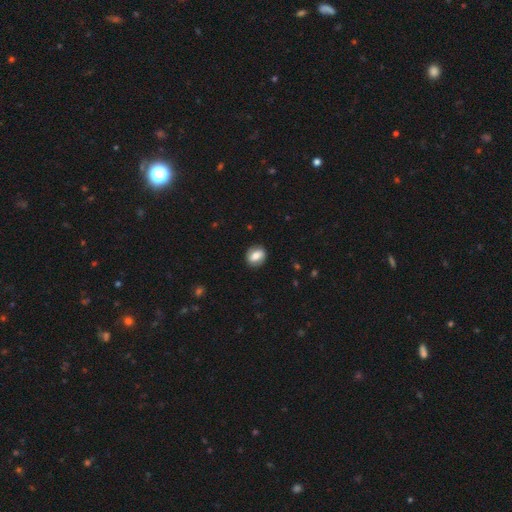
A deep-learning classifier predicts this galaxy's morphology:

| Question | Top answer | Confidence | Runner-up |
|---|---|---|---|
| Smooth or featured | smooth | 62% | featured or disk (31%) |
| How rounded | round | 55% | in between (44%) |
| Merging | none | 86% | minor disturbance (10%) |